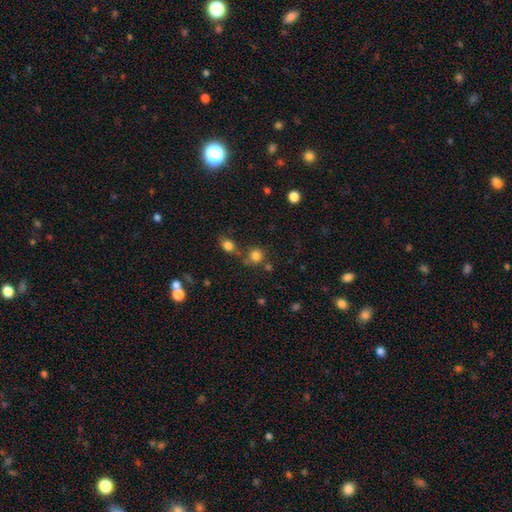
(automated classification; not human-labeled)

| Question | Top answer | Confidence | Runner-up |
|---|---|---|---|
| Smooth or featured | smooth | 81% | star or artifact (13%) |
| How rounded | round | 85% | in between (14%) |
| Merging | none | 64% | merger (19%) |